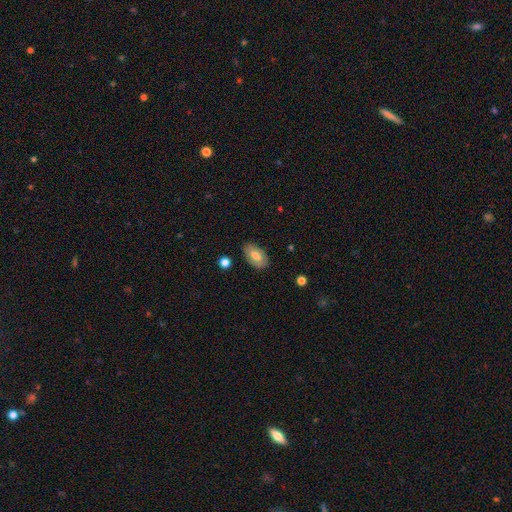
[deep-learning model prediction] This appears to be a smooth galaxy with no disk features (65%) that is in between round and cigar-shaped (93%). Merging: none (81%).